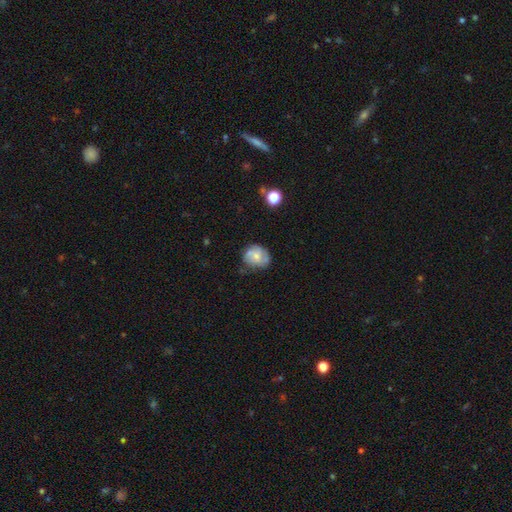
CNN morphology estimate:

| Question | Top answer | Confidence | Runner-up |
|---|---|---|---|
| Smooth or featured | smooth | 48% | featured or disk (43%) |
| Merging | none | 62% | minor disturbance (26%) |